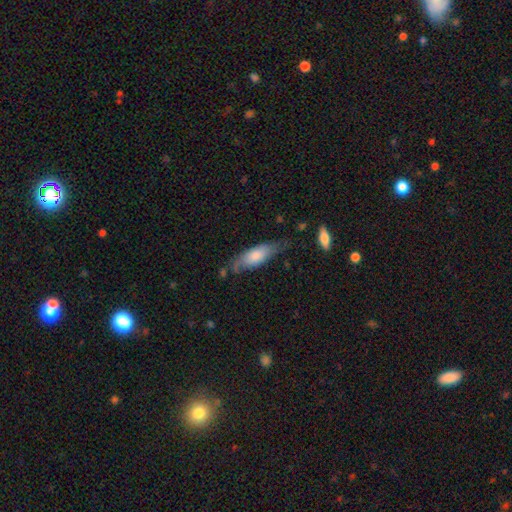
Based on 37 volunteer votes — smooth 73%, featured or disk 22%, star or artifact 5%. Down the decision tree: how rounded — in between (67%); merging — none (46%).